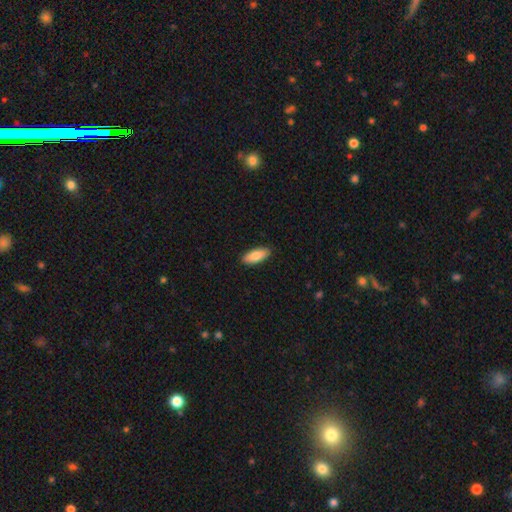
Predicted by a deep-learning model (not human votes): The model was most divided on "how rounded": in between: 82%, cigar-shaped: 17%, round: 2%. More confident: merging — none (89%); smooth or featured — smooth (84%).